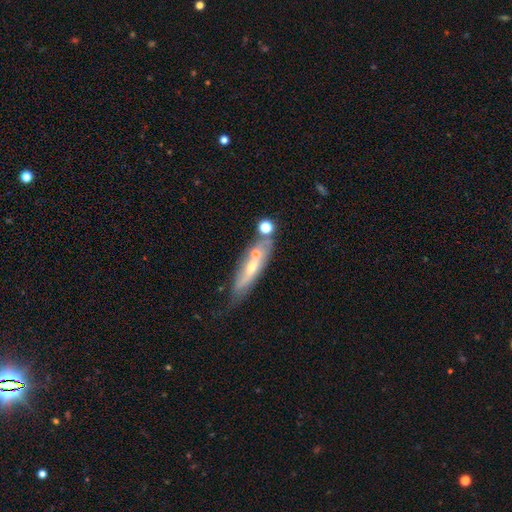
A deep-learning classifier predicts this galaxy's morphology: A featured or disk galaxy (55%) viewed edge-on (51%). Merging: none (51%).